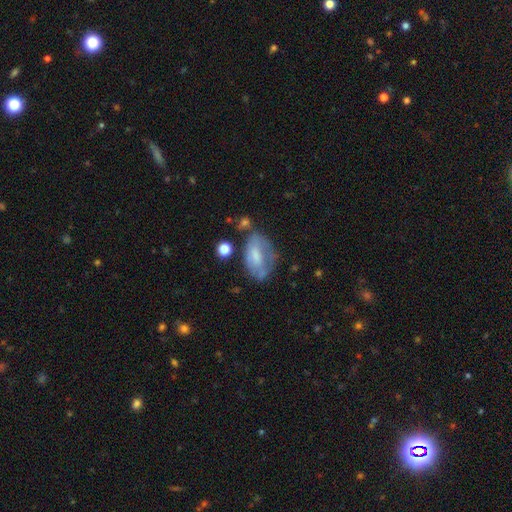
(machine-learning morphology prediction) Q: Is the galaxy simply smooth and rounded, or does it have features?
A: smooth — 49%.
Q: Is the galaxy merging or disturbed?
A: none — 41%.